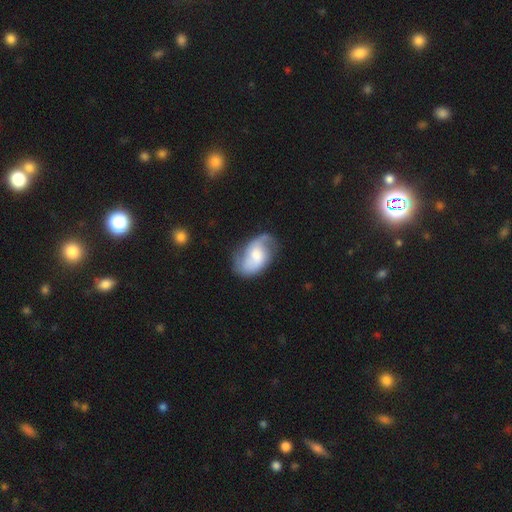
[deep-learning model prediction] A featured or disk galaxy (70%) with no bar (47%), 2 (83%) loose (43%) spiral arms (92%) and a moderate central bulge (47%). Merging: none (63%).